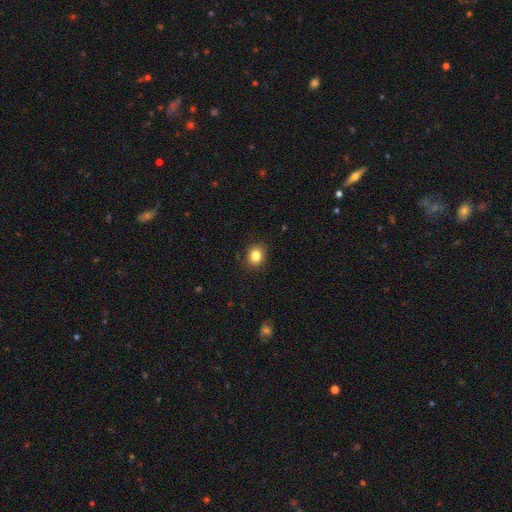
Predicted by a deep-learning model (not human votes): A smooth galaxy with no disk features (84%) that is round (61%). Merging: none (88%).